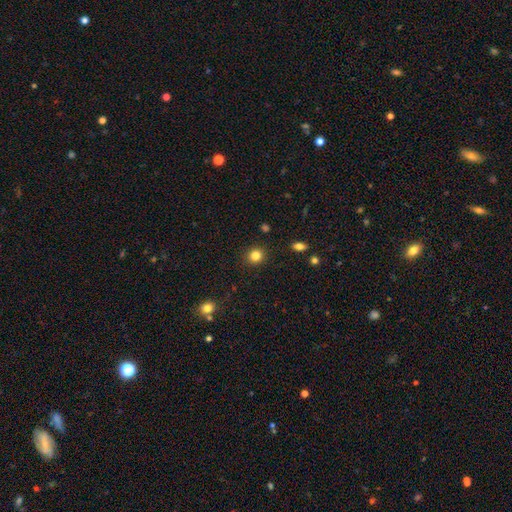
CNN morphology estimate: smooth 83%, star or artifact 12%, featured or disk 5%. Down the decision tree: how rounded — round (88%); merging — none (91%).